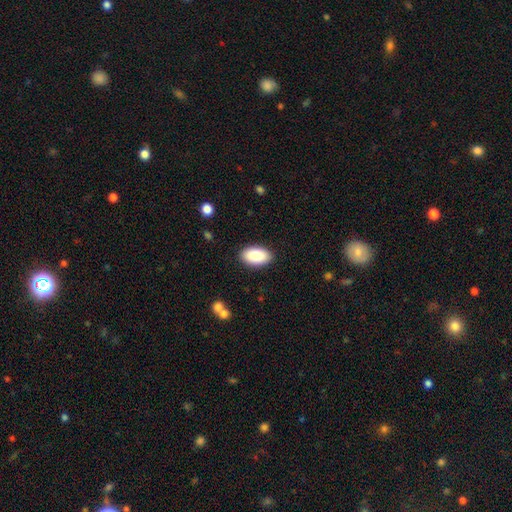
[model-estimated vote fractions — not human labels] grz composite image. It shows a smooth galaxy with no disk features (88%) that is in between round and cigar-shaped (95%). Merging: none (89%).